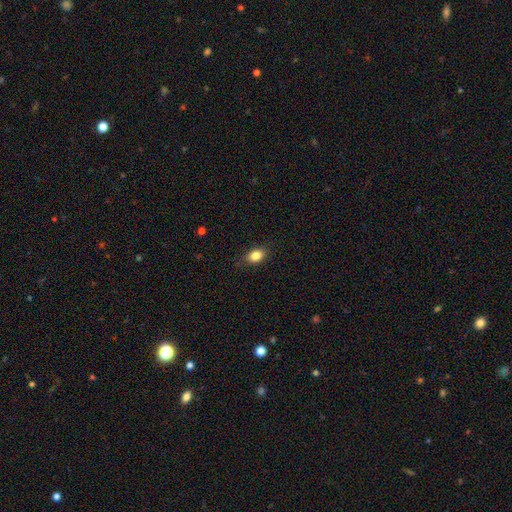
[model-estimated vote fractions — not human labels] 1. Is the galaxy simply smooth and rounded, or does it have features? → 84% smooth, 9% star or artifact, 7% featured or disk.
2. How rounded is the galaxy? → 77% in between, 21% round, 2% cigar-shaped.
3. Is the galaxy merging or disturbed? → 81% none, 15% minor disturbance, 3% major disturbance, 1% merger.